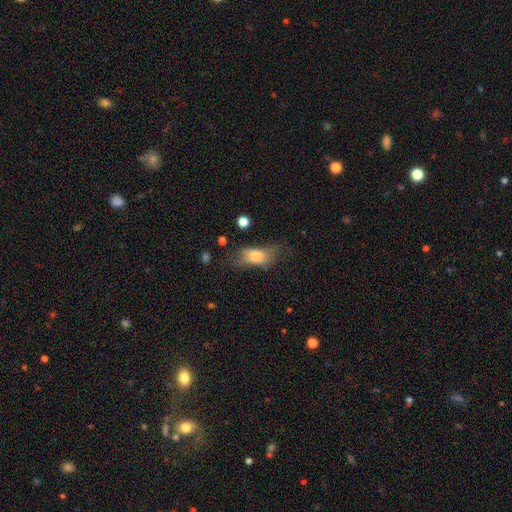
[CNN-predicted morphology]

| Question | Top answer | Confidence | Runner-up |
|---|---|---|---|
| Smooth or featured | smooth | 67% | featured or disk (24%) |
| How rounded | in between | 82% | cigar-shaped (10%) |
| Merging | none | 40% | minor disturbance (29%) |